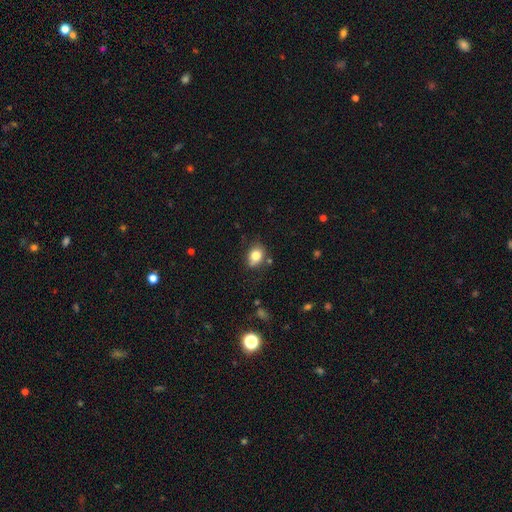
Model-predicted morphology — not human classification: Overall: smooth (80%). How rounded: in between (60%; round 39%). Merging: none (68%).